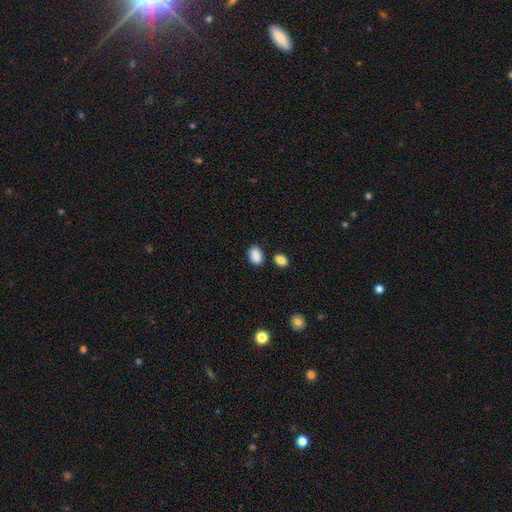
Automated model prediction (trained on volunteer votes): This appears to be a smooth galaxy with no disk features (88%) that is in between round and cigar-shaped (78%). Merging: none (78%).